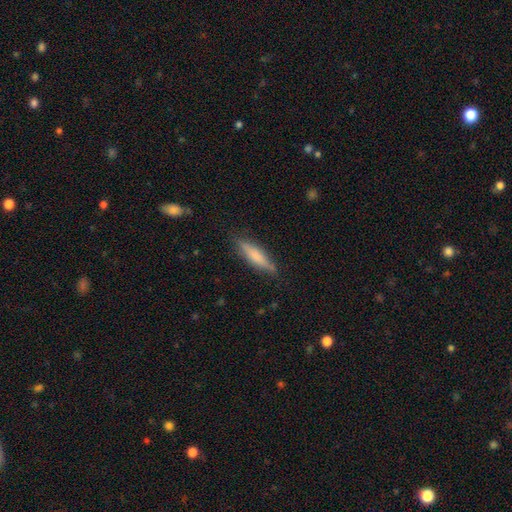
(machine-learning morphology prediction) This is likely a smooth galaxy (67%). How rounded: likely cigar-shaped (76%). Merging: clearly none (81%).